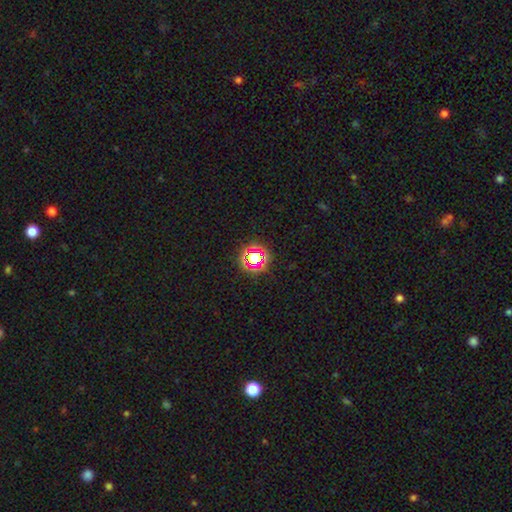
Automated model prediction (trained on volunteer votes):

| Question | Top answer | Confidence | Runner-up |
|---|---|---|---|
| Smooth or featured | star or artifact | 63% | smooth (26%) |